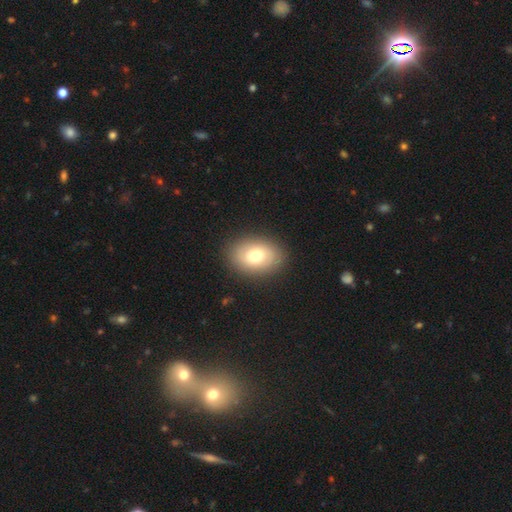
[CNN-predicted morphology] This appears to be a smooth galaxy with no disk features (70%) that is in between round and cigar-shaped (78%). Merging: none (87%).